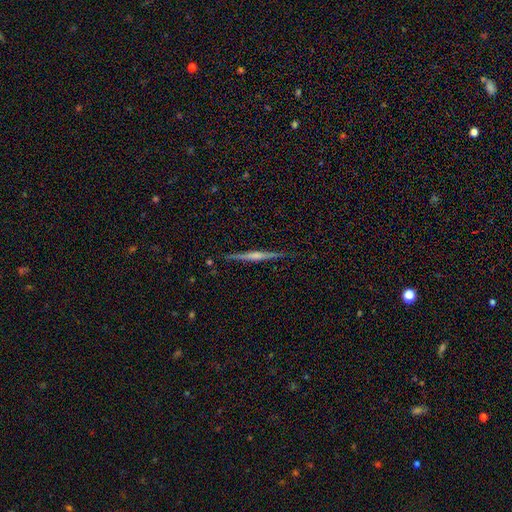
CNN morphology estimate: smooth-or-featured: featured or disk: 77% | smooth: 17% | star or artifact: 6%
  disk-edge-on: yes: 98% | no: 2%
    edge-on-bulge: rounded: 61% | none: 20% | boxy: 19%
  merging: none: 91% | minor disturbance: 7% | major disturbance: 1% | merger: 1%